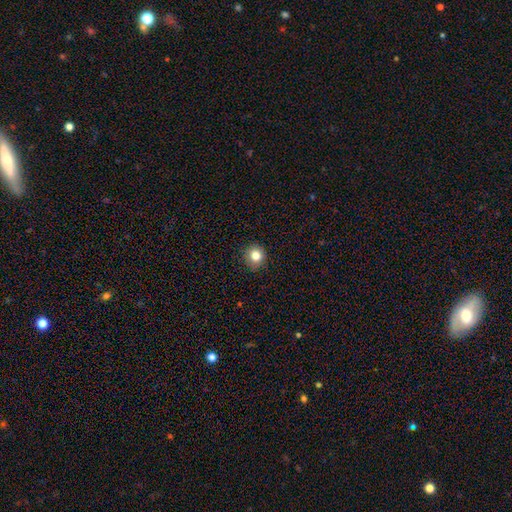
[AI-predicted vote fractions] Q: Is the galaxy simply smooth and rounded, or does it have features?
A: smooth — 82%.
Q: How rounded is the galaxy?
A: round — 90%.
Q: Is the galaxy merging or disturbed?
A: none — 90%.